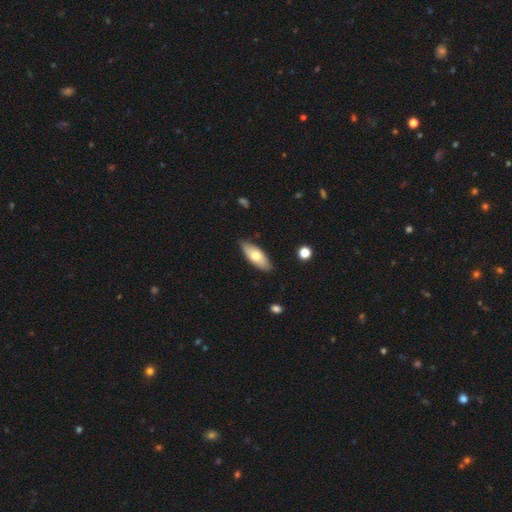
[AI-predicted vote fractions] A smooth galaxy with no disk features (67%) that is in between round and cigar-shaped (79%).

Vote fractions:
- Smooth or featured? smooth: 67% / featured or disk: 27% / star or artifact: 6%
- How rounded? in between: 79% / cigar-shaped: 19% / round: 2%
- Merging? none: 84% / minor disturbance: 13% / major disturbance: 2% / merger: 1%